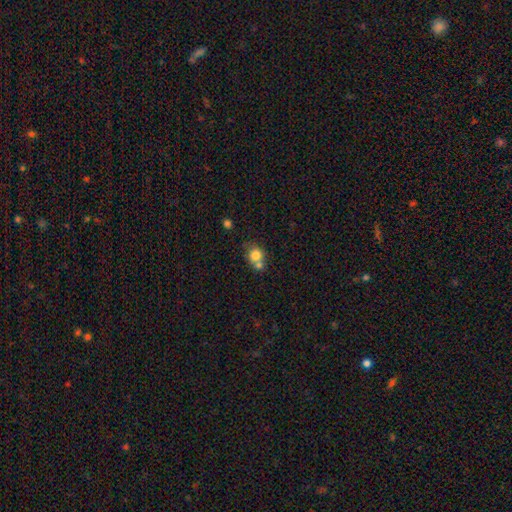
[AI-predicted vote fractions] smooth_or_featured: smooth (p=0.79) [alt: featured or disk p=0.11]
how_rounded: round (p=0.76) [alt: in between p=0.23]
merging: none (p=0.44) [alt: merger p=0.41]